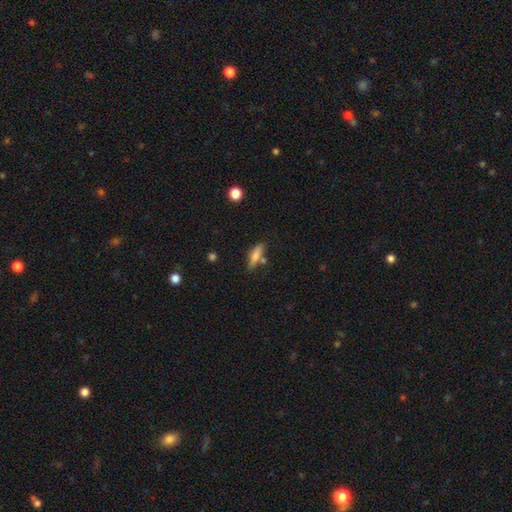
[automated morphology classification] smooth 72%, featured or disk 21%, star or artifact 8%. Down the decision tree: how rounded — cigar-shaped (61%); merging — none (67%).